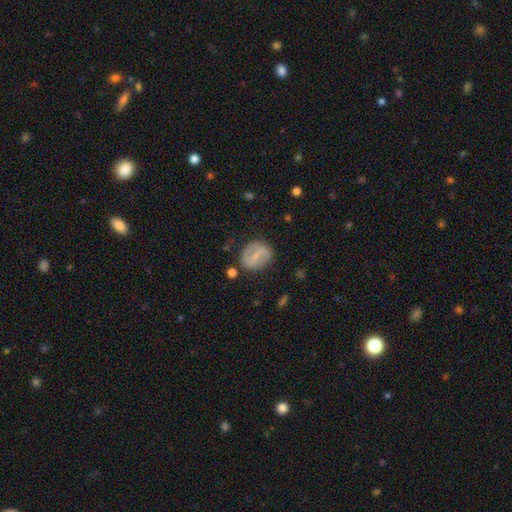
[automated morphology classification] Overall: smooth (47%; featured or disk 45%). Merging: none (76%).